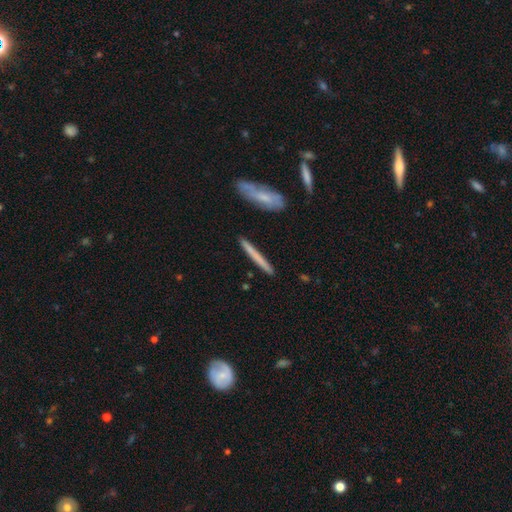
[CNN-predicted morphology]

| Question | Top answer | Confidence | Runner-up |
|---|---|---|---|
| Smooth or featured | smooth | 62% | featured or disk (32%) |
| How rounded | cigar-shaped | 96% | in between (3%) |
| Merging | none | 89% | minor disturbance (7%) |